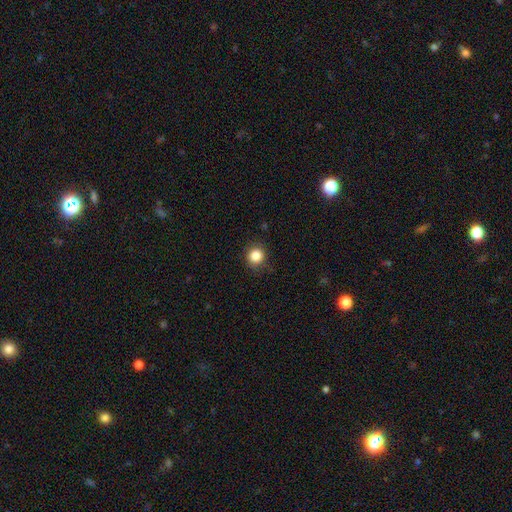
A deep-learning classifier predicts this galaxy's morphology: Overall: smooth (85%). How rounded: round (92%). Merging: none (86%).